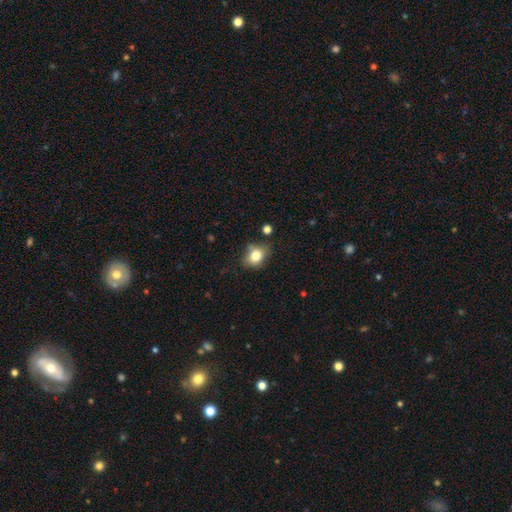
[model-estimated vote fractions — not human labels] Q: Smooth or featured?
A: smooth (79%); runner-up: featured or disk (10%)
Q: How rounded?
A: in between (54%); runner-up: round (45%)
Q: Merging?
A: none (68%); runner-up: minor disturbance (21%)